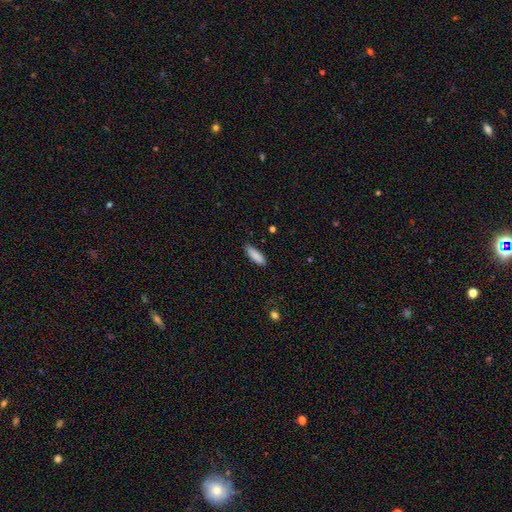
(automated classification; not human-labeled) smooth-or-featured: smooth: 88% | star or artifact: 6% | featured or disk: 5%
  how-rounded: in between: 53% | cigar-shaped: 45% | round: 2%
  merging: none: 84% | minor disturbance: 13% | major disturbance: 2% | merger: 1%